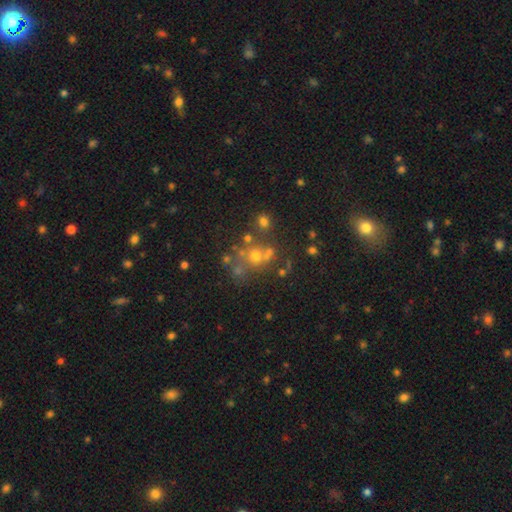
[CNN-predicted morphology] A smooth galaxy with no disk features (47%). Merging: none (55%).